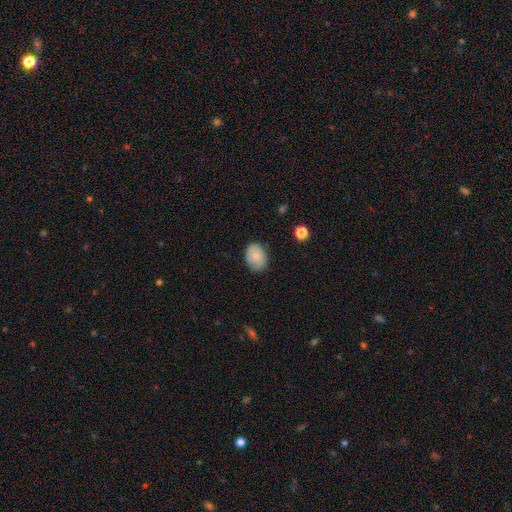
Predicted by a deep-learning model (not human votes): A smooth galaxy with no disk features (76%) that is in between round and cigar-shaped (69%).

Vote fractions:
- Smooth or featured? smooth: 76% / featured or disk: 16% / star or artifact: 8%
- How rounded? in between: 69% / round: 30% / cigar-shaped: 1%
- Merging? none: 76% / minor disturbance: 19% / major disturbance: 4% / merger: 1%